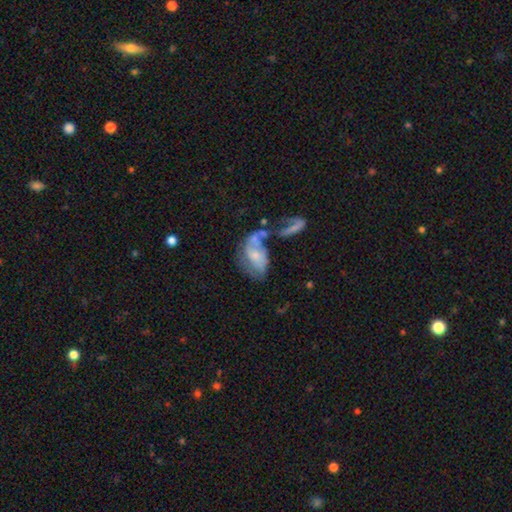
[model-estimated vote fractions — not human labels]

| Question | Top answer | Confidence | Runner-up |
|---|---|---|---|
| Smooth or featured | featured or disk | 55% | smooth (36%) |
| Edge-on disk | no | 96% | yes (4%) |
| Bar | no | 71% | weak (23%) |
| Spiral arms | yes | 57% | no (43%) |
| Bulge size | small | 48% | moderate (34%) |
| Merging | merger | 37% | major disturbance (31%) |